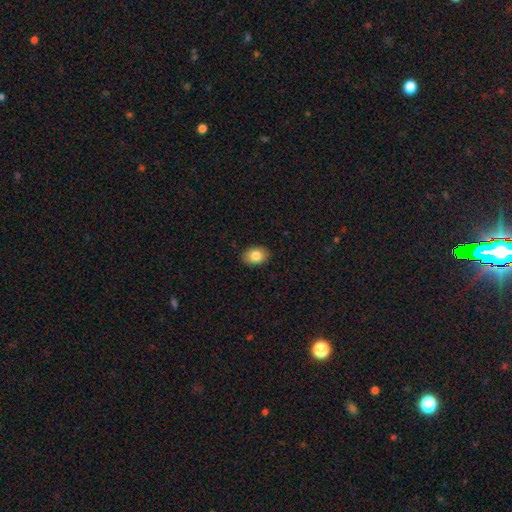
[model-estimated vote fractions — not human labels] The model was most divided on "how rounded": in between: 74%, round: 25%, cigar-shaped: 1%. More confident: merging — none (89%); smooth or featured — smooth (83%).